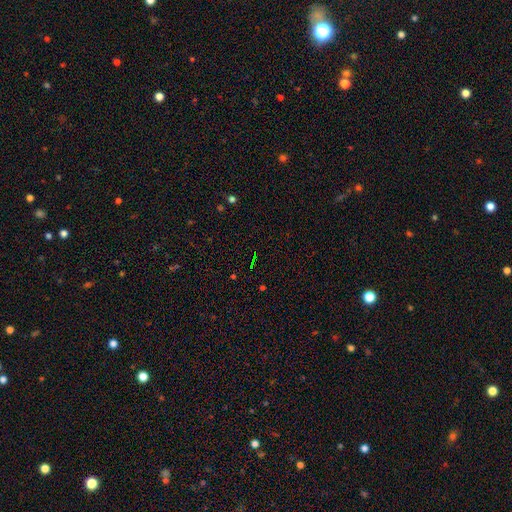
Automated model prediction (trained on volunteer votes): Morphology: type=star or artifact (72%).